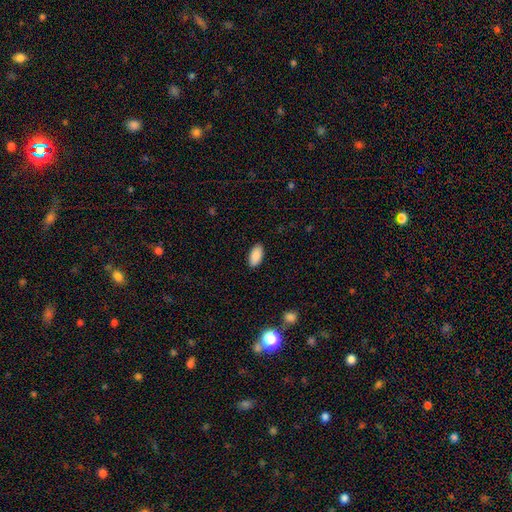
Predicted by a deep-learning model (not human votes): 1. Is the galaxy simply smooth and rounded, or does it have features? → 90% smooth, 6% star or artifact, 4% featured or disk.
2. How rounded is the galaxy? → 94% in between, 4% cigar-shaped, 2% round.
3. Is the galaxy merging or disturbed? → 89% none, 8% minor disturbance, 2% major disturbance, 1% merger.